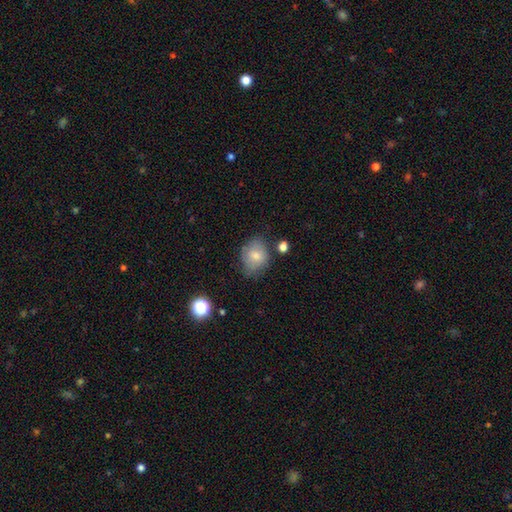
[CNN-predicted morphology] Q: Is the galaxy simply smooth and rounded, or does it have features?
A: smooth — 73%.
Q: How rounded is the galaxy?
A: in between — 50%.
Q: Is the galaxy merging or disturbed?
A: none — 59%.